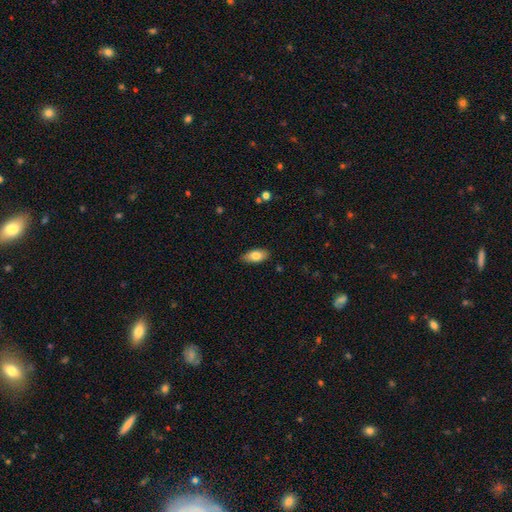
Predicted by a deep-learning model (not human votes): A smooth galaxy with no disk features (79%) that is in between round and cigar-shaped (90%). Merging: none (85%).